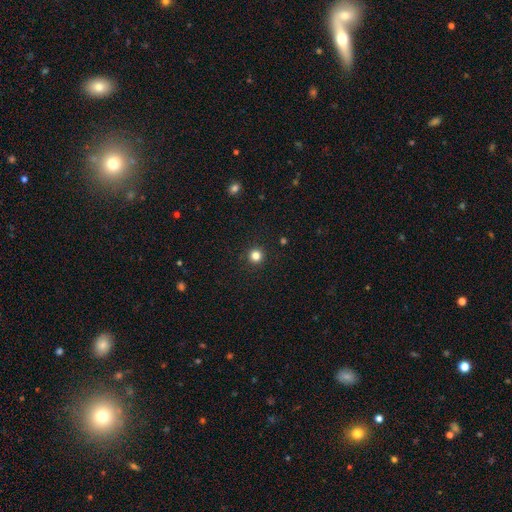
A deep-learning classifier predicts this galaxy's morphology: Smooth or featured? Predicted: smooth (p=0.83). How rounded? Predicted: round (p=0.96). Merging? Predicted: none (p=0.93).